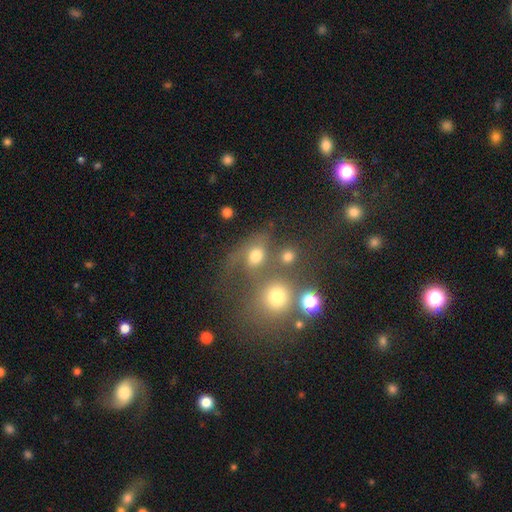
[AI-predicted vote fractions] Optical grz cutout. It shows a smooth galaxy with no disk features (68%) that is round (59%). Merging: merger (41%).